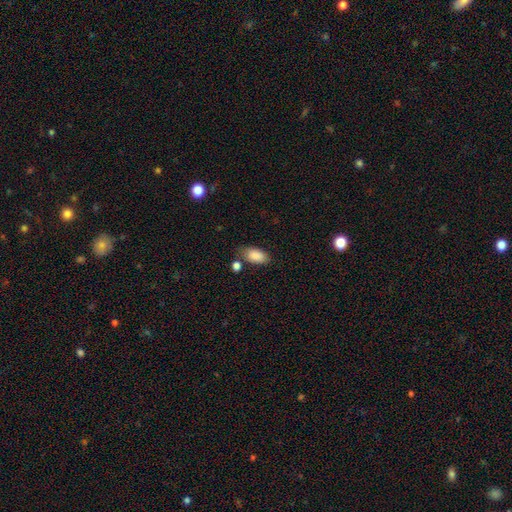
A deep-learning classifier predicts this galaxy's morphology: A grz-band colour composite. It shows a smooth galaxy with no disk features (88%) that is in between round and cigar-shaped (93%). Merging: none (67%).